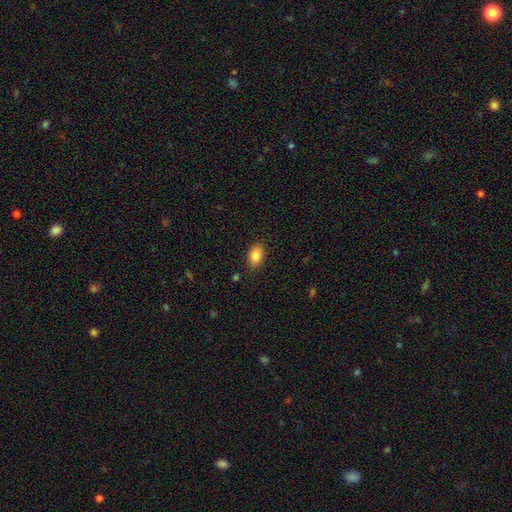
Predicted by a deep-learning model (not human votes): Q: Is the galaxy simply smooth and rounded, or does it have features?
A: smooth — 85%.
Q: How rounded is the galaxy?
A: in between — 87%.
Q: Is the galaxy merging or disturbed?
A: none — 84%.